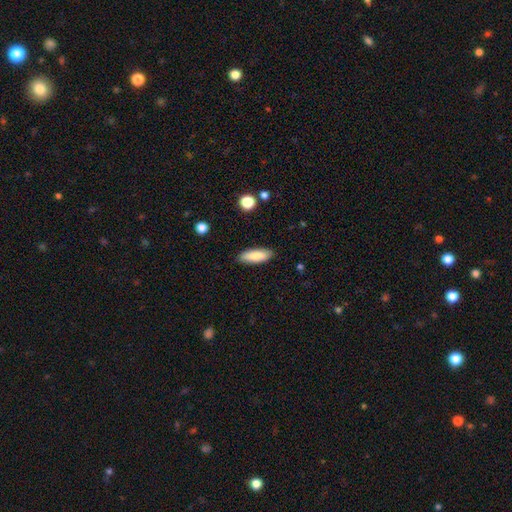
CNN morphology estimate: A smooth galaxy with no disk features (84%) that is in between round and cigar-shaped (66%).

Vote fractions:
- Smooth or featured? smooth: 84% / featured or disk: 9% / star or artifact: 6%
- How rounded? in between: 66% / cigar-shaped: 32% / round: 2%
- Merging? none: 87% / minor disturbance: 10% / major disturbance: 2% / merger: 1%